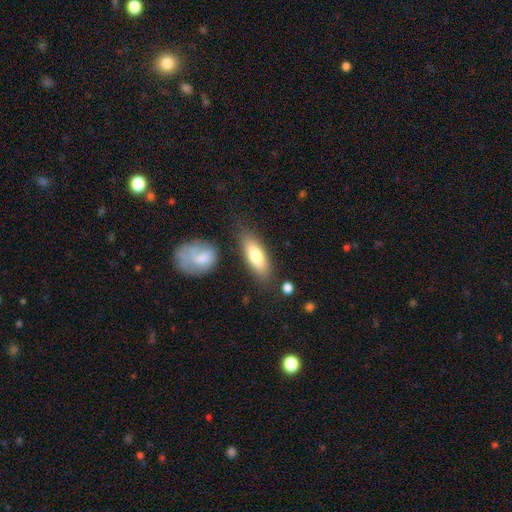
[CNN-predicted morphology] smooth_or_featured: smooth (p=0.75) [alt: featured or disk p=0.19]
how_rounded: in between (p=0.67) [alt: cigar-shaped p=0.30]
merging: none (p=0.76) [alt: minor disturbance p=0.14]